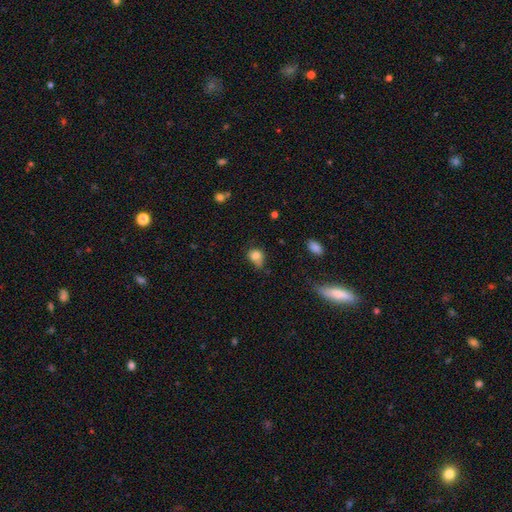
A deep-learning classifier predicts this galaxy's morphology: This appears to be a smooth galaxy with no disk features (79%) that is round (54%). Merging: none (43%).